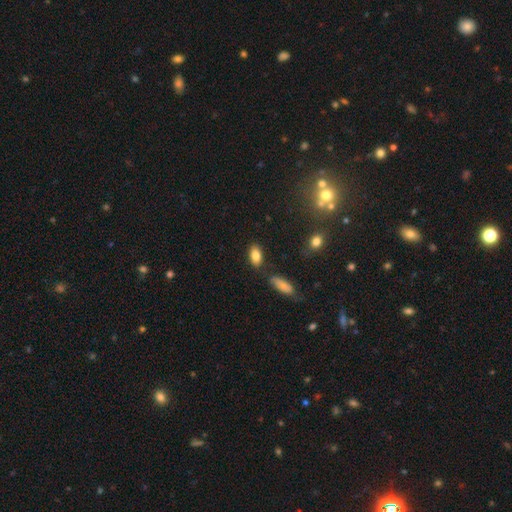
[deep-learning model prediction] Smooth or featured?
  - smooth: 84% *
  - featured or disk: 9%
  - star or artifact: 8%
How rounded?
  - in between: 90% *
  - round: 5%
  - cigar-shaped: 5%
Merging?
  - none: 79% *
  - minor disturbance: 12%
  - merger: 6%
  - major disturbance: 3%